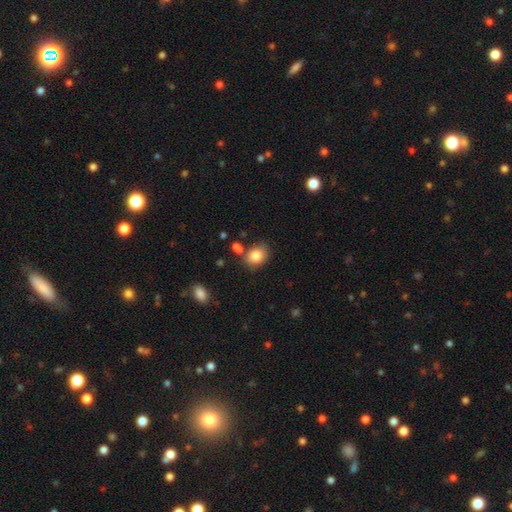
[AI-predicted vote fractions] A smooth galaxy with no disk features (83%) that is in between round and cigar-shaped (54%).

Vote fractions:
- Smooth or featured? smooth: 83% / star or artifact: 9% / featured or disk: 8%
- How rounded? in between: 54% / round: 45% / cigar-shaped: 1%
- Merging? none: 67% / minor disturbance: 17% / merger: 11% / major disturbance: 5%